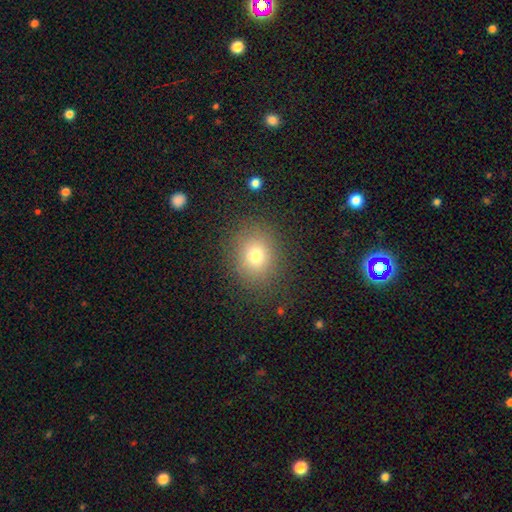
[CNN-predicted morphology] smooth_or_featured: smooth (p=0.74) [alt: star or artifact p=0.14]
how_rounded: round (p=0.68) [alt: in between p=0.31]
merging: none (p=0.83) [alt: minor disturbance p=0.11]